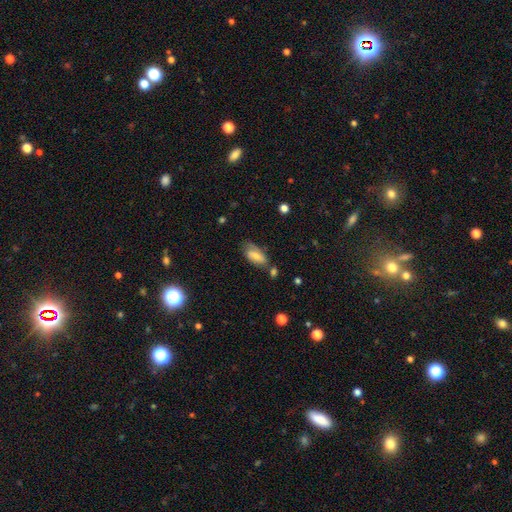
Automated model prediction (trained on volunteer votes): Overall: smooth (63%; featured or disk 30%). How rounded: in between (87%). Merging: none (58%; minor disturbance 26%).